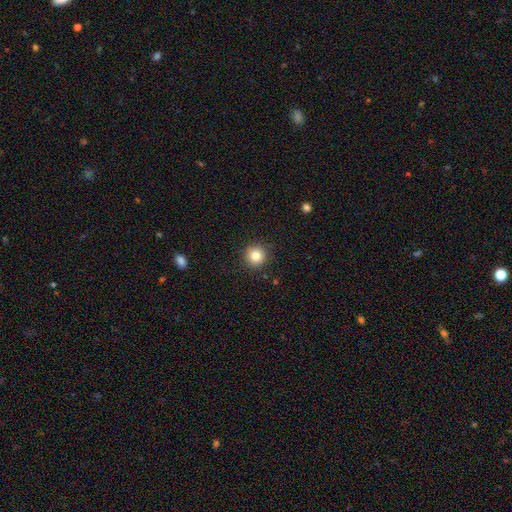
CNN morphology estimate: smooth 83%, star or artifact 11%, featured or disk 6%. Down the decision tree: how rounded — round (94%); merging — none (91%).